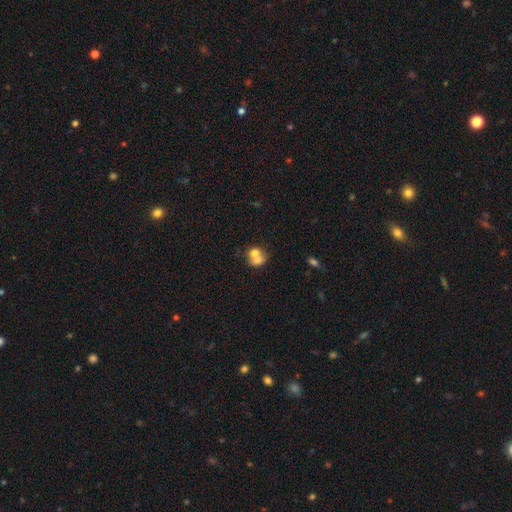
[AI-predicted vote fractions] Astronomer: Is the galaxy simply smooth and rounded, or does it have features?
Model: smooth — 68%.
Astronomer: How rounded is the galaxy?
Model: round — 67%.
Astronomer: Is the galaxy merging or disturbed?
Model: merger — 66%.